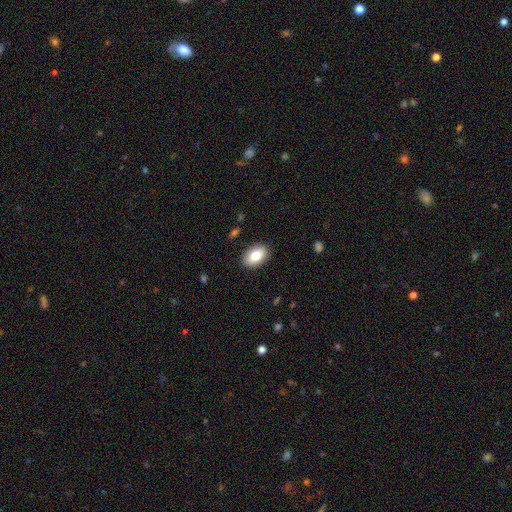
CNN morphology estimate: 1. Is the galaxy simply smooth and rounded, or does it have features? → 79% smooth, 14% featured or disk, 7% star or artifact.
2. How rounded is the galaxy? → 89% in between, 9% round, 1% cigar-shaped.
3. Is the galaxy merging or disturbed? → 88% none, 9% minor disturbance, 2% major disturbance, 1% merger.